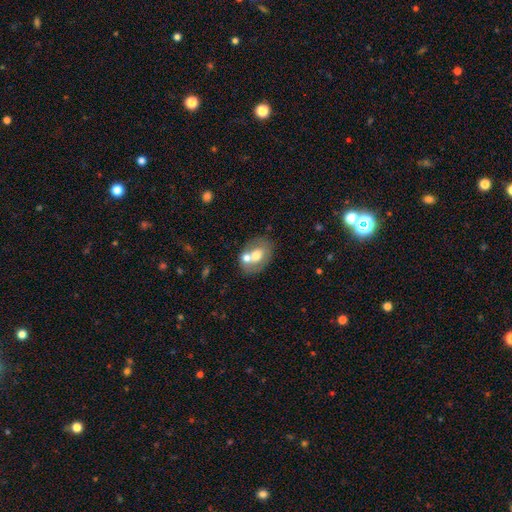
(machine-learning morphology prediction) smooth_or_featured: smooth (p=0.60) [alt: featured or disk p=0.32]
how_rounded: in between (p=0.71) [alt: round p=0.28]
merging: none (p=0.47) [alt: merger p=0.34]